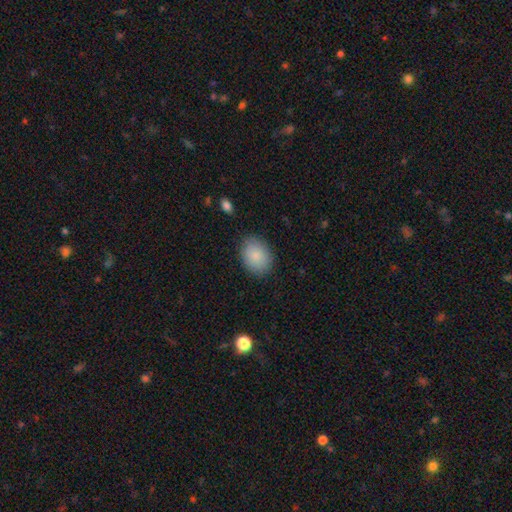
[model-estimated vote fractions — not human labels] This appears to be a smooth galaxy with no disk features (87%) that is in between round and cigar-shaped (65%). Merging: none (84%).